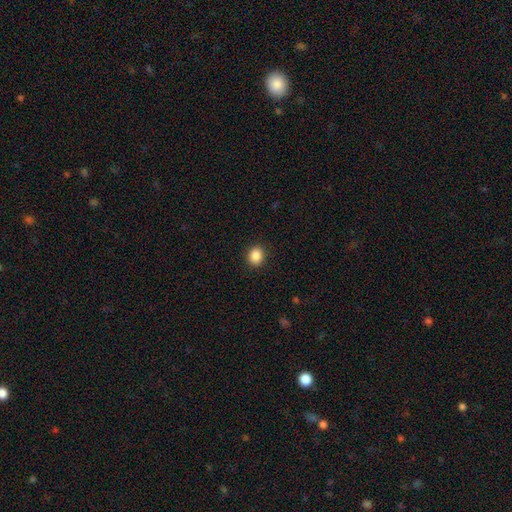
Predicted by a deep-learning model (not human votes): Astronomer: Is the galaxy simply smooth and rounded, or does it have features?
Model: smooth — 87%.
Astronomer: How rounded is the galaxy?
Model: round — 69%.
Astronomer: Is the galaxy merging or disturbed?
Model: none — 91%.